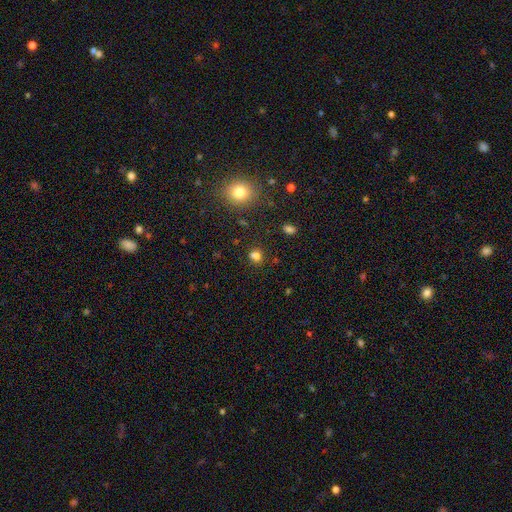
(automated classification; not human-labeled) Smooth or featured? Predicted: smooth (p=0.73). How rounded? Predicted: round (p=0.75). Merging? Predicted: none (p=0.59).